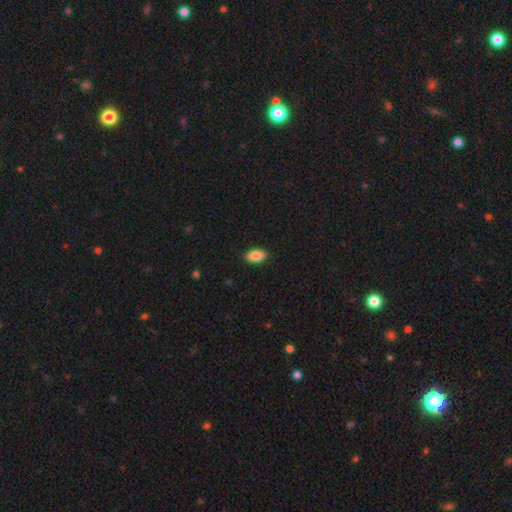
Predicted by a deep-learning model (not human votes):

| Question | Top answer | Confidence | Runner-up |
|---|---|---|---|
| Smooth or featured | smooth | 87% | star or artifact (7%) |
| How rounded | in between | 92% | cigar-shaped (5%) |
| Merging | none | 89% | minor disturbance (8%) |